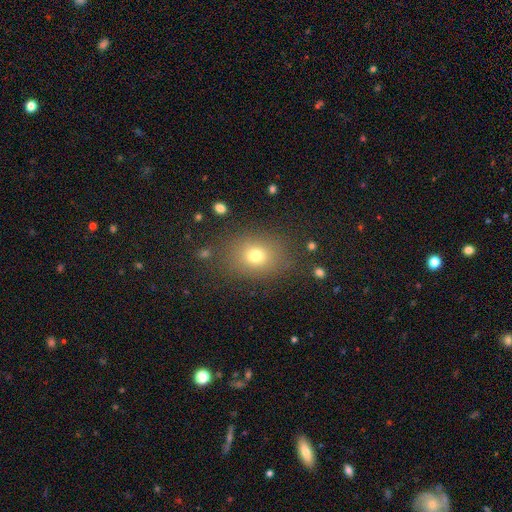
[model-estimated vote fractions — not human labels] Q: Smooth or featured?
A: smooth (73%); runner-up: star or artifact (16%)
Q: How rounded?
A: round (53%); runner-up: in between (46%)
Q: Merging?
A: none (82%); runner-up: minor disturbance (11%)